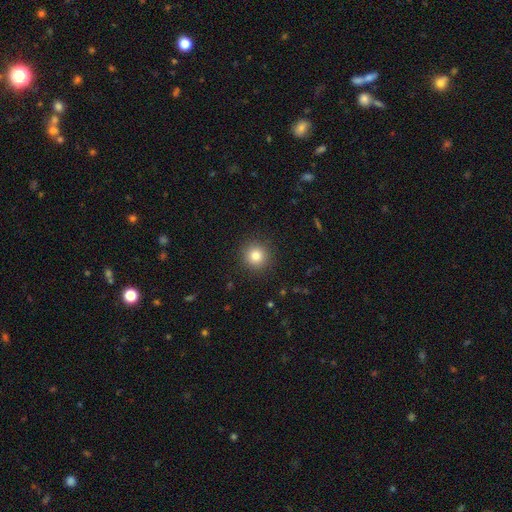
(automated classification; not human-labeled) A smooth galaxy with no disk features (82%) that is round (94%). Merging: none (91%).